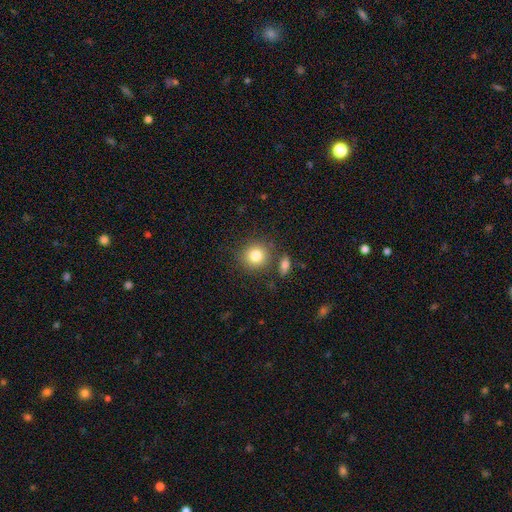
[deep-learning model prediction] Morphology: type=smooth (83%); roundness=round (89%); merging=none (79%).